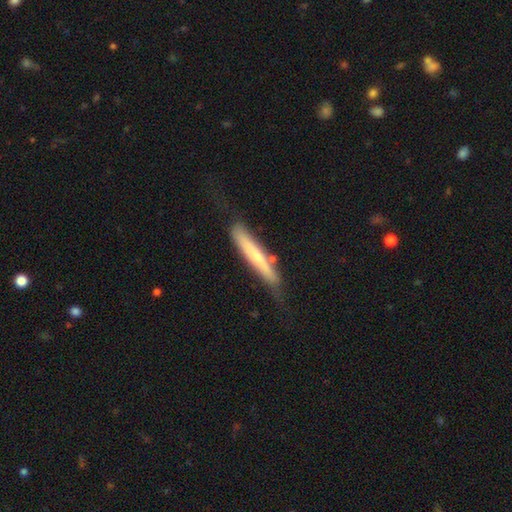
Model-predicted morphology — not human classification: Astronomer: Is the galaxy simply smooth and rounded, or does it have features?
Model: smooth — 50% (runner-up: featured or disk, 44%).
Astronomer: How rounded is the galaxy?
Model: cigar-shaped — 93%.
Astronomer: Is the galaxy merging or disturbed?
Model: none — 68%.